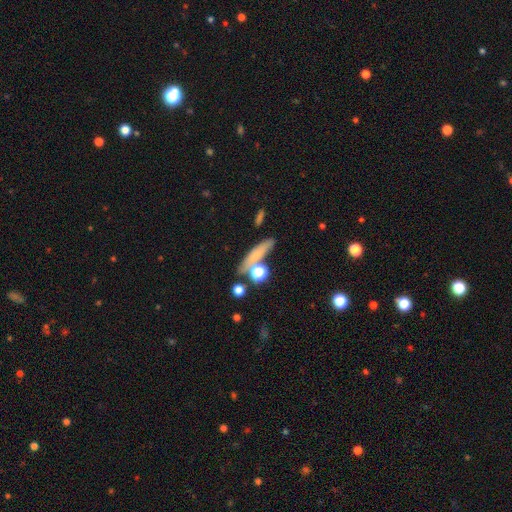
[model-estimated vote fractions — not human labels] This appears to be a smooth galaxy with no disk features (61%) that is cigar-shaped (62%). Merging: none (63%).